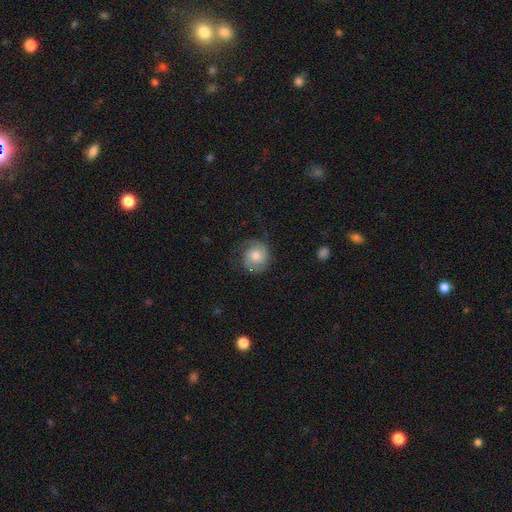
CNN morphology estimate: type=featured or disk (54%); edge-on=no (98%); bar=no (74%); spiral arms=yes (88%); bulge=moderate (58%); merging=none (68%).